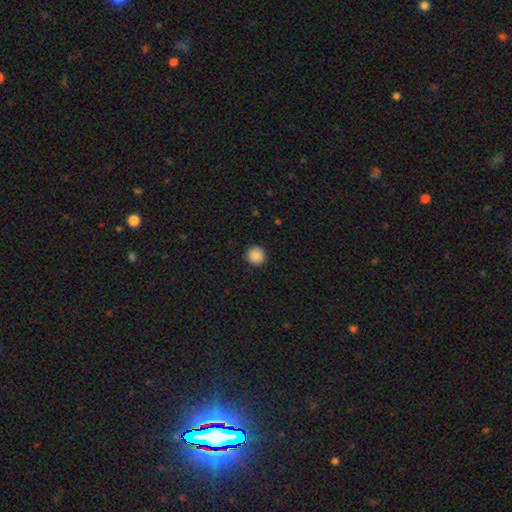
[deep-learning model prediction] The model was most divided on "smooth or featured": smooth: 89%, star or artifact: 9%, featured or disk: 2%. More confident: how rounded — round (94%); merging — none (91%).